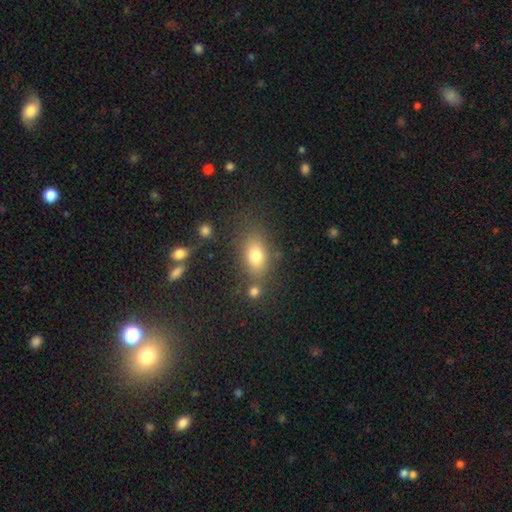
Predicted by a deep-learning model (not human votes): smooth-or-featured: smooth: 75% | featured or disk: 13% | star or artifact: 12%
  how-rounded: in between: 79% | round: 17% | cigar-shaped: 4%
  merging: none: 69% | minor disturbance: 14% | merger: 11% | major disturbance: 6%